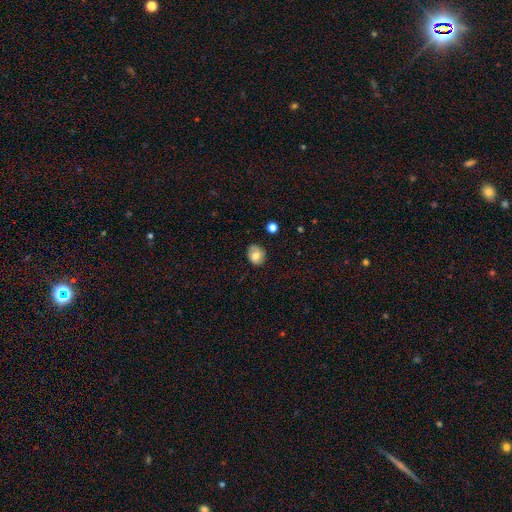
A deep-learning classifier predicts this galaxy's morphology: Overall: smooth (71%). How rounded: round (60%; in between 39%). Merging: none (70%).